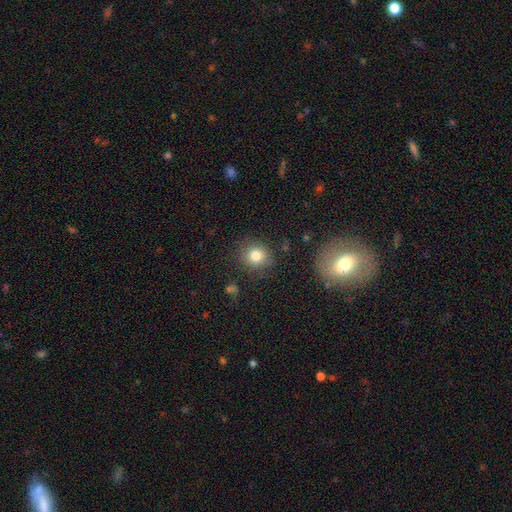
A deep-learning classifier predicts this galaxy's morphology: The model was most divided on "how rounded": round: 84%, in between: 15%, cigar-shaped: 1%. More confident: merging — none (84%); smooth or featured — smooth (81%).